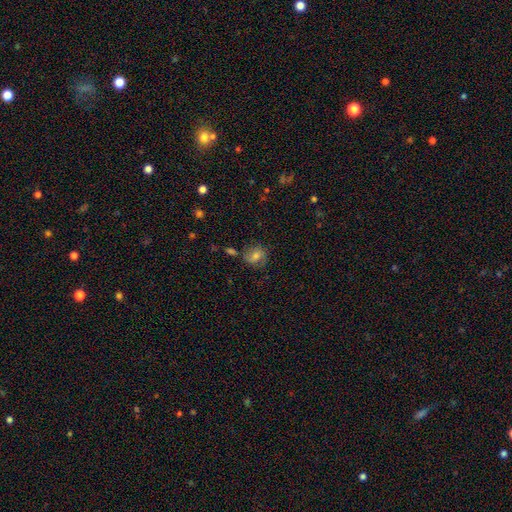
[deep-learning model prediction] smooth_or_featured: smooth (p=0.52) [alt: featured or disk p=0.34]
how_rounded: round (p=0.68) [alt: in between p=0.31]
merging: none (p=0.69) [alt: minor disturbance p=0.19]